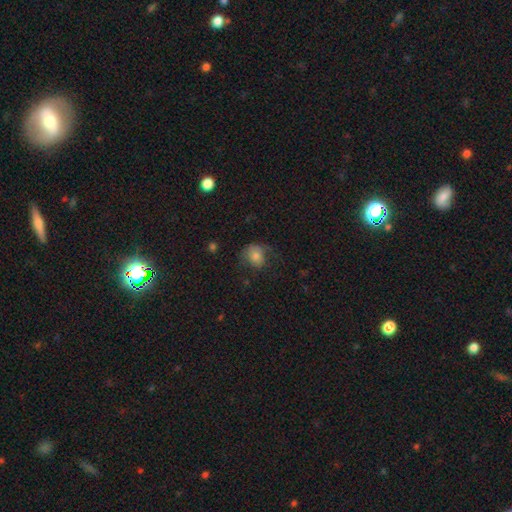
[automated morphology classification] This is likely a smooth galaxy (70%). How rounded: likely round (63%). Merging: possibly none (47%).